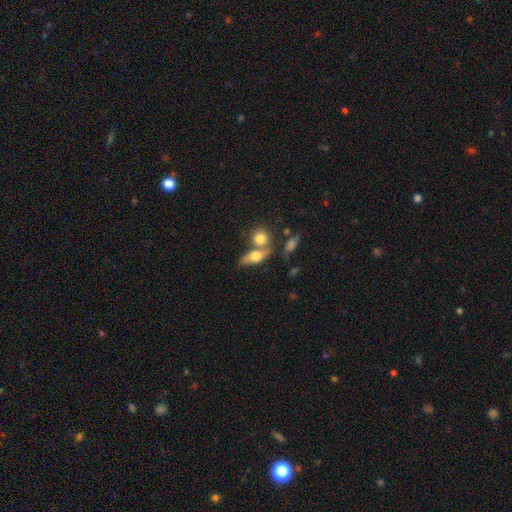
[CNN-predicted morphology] smooth 65%, featured or disk 27%, star or artifact 9%. Down the decision tree: how rounded — in between (64%); merging — merger (42%).